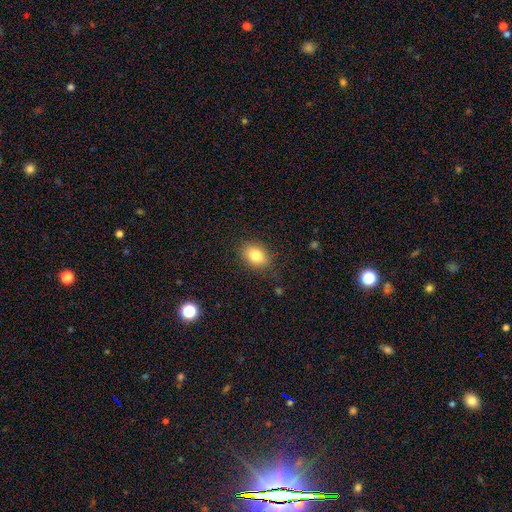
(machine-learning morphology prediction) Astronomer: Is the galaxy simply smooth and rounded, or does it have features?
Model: smooth — 82%.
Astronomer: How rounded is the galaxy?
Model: in between — 76%.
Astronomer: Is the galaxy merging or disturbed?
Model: none — 85%.